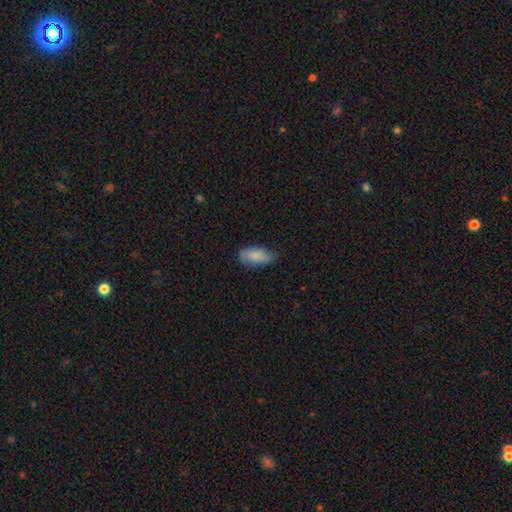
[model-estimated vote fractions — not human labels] smooth-or-featured: smooth: 84% | featured or disk: 10% | star or artifact: 6%
  how-rounded: in between: 90% | cigar-shaped: 8% | round: 2%
  merging: none: 74% | minor disturbance: 22% | major disturbance: 3% | merger: 1%